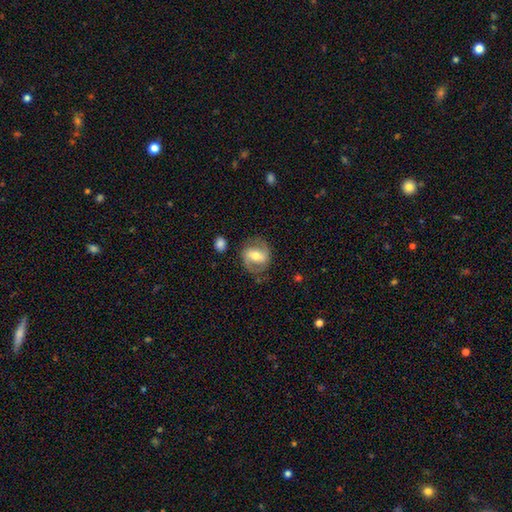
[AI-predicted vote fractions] featured or disk 69%, smooth 25%, star or artifact 6%. Down the decision tree: edge-on disk — no (96%); bar — strong (45%); spiral arms — yes (84%); spiral arm count — 2 (87%); spiral winding — medium (49%); bulge size — moderate (65%); merging — none (76%).